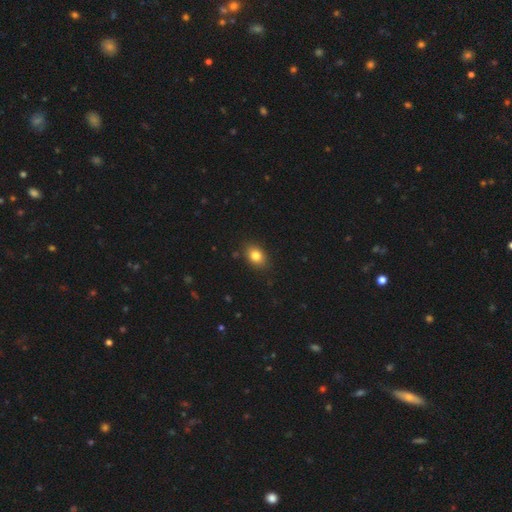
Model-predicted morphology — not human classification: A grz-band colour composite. It shows a smooth galaxy with no disk features (83%) that is in between round and cigar-shaped (71%). Merging: none (86%).